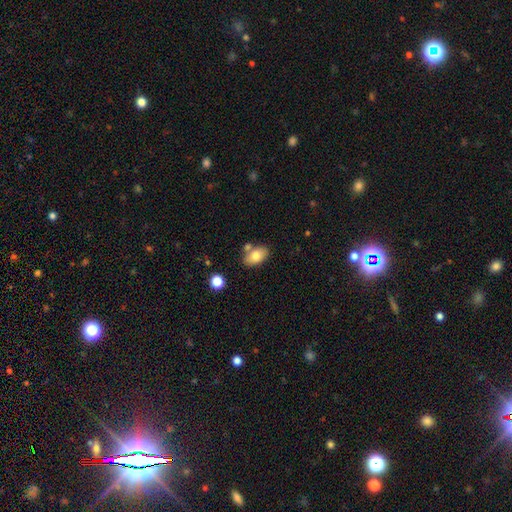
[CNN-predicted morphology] Q: Smooth or featured?
A: smooth (78%); runner-up: featured or disk (14%)
Q: How rounded?
A: in between (90%); runner-up: round (9%)
Q: Merging?
A: none (69%); runner-up: merger (14%)